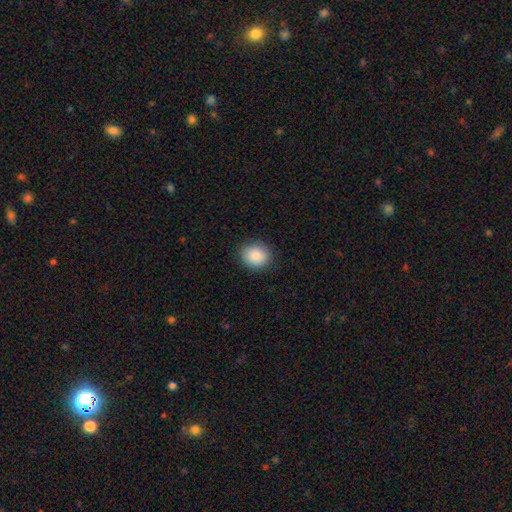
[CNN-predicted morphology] A smooth galaxy with no disk features (88%) that is round (70%).

Vote fractions:
- Smooth or featured? smooth: 88% / star or artifact: 8% / featured or disk: 4%
- How rounded? round: 70% / in between: 29% / cigar-shaped: 1%
- Merging? none: 88% / minor disturbance: 9% / major disturbance: 2% / merger: 1%